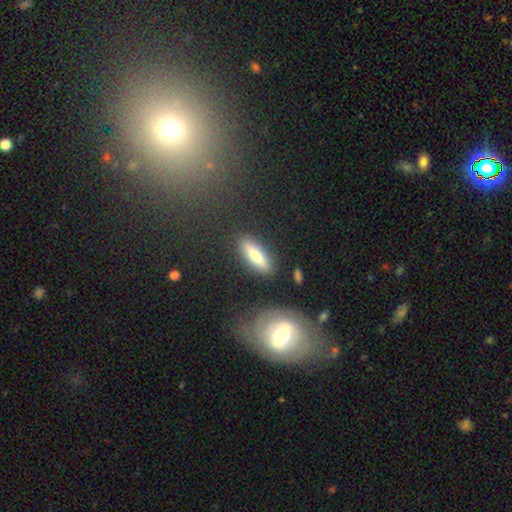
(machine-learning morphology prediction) Q: Smooth or featured?
A: smooth (75%); runner-up: featured or disk (17%)
Q: How rounded?
A: cigar-shaped (50%); runner-up: in between (47%)
Q: Merging?
A: none (85%); runner-up: minor disturbance (10%)